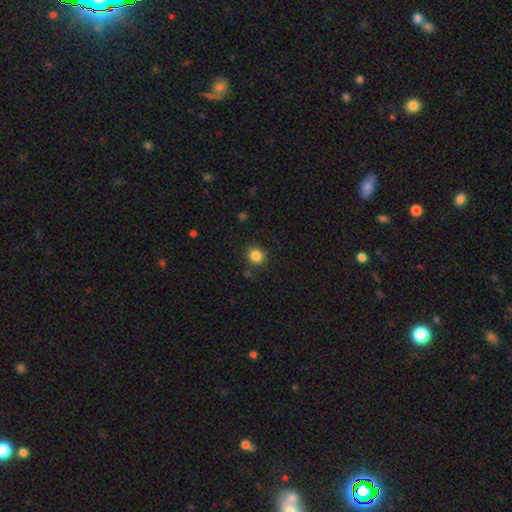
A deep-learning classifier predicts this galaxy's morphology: type=smooth (85%); roundness=round (88%); merging=none (86%).